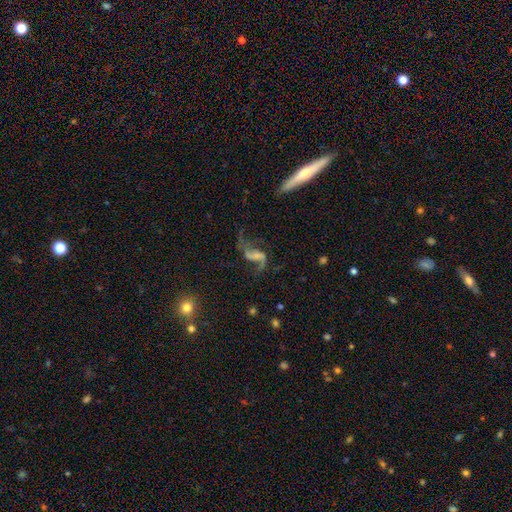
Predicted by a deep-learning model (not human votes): Smooth or featured? featured or disk (79%)
Edge-on disk? no (97%)
Bar? weak (41%)
Spiral arms? yes (91%)
Spiral winding? loose (83%)
Spiral arm count? 2 (87%)
Bulge size? small (39%)
Merging? none (49%)